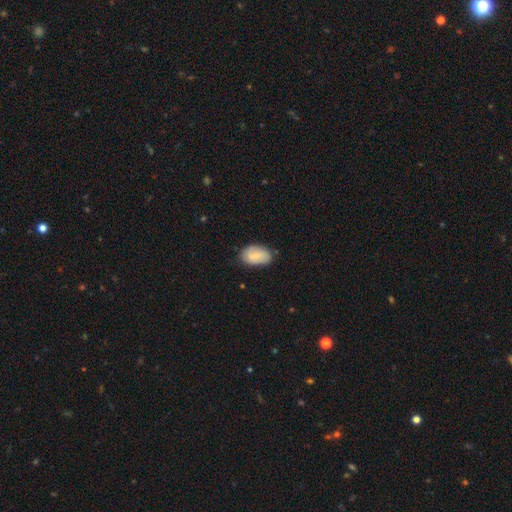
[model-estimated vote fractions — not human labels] Smooth or featured? smooth (66%)
How rounded? in between (92%)
Merging? none (75%)